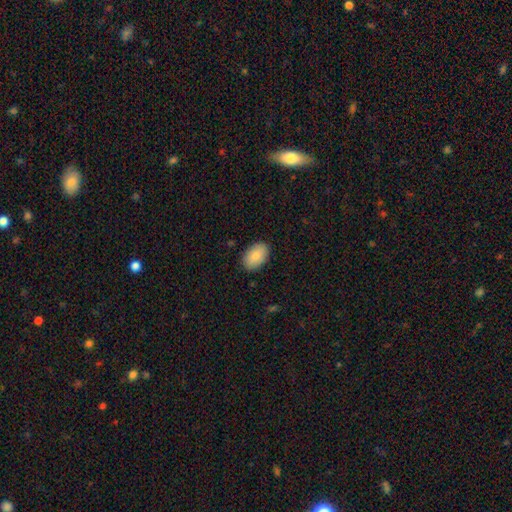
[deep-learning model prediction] This is clearly a smooth galaxy (87%). How rounded: clearly in between (93%). Merging: clearly none (88%).